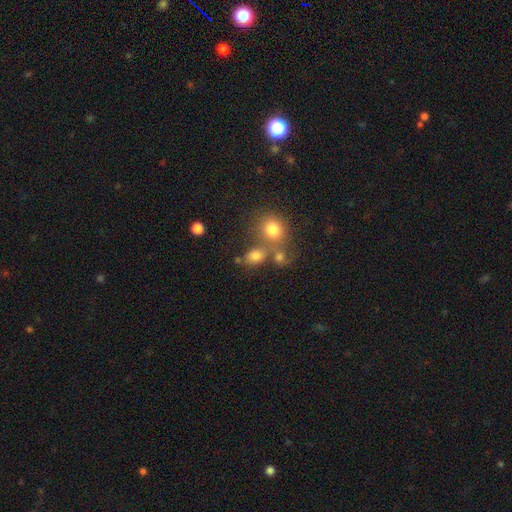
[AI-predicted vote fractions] This appears to be a smooth galaxy with no disk features (77%) that is in between round and cigar-shaped (59%). Merging: none (49%).